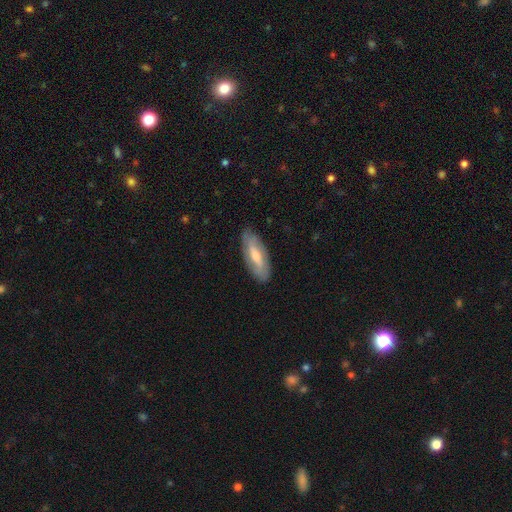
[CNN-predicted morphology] This is likely a featured or disk galaxy (62%). It is clearly not viewed edge-on (81%). Merging: clearly none (83%).